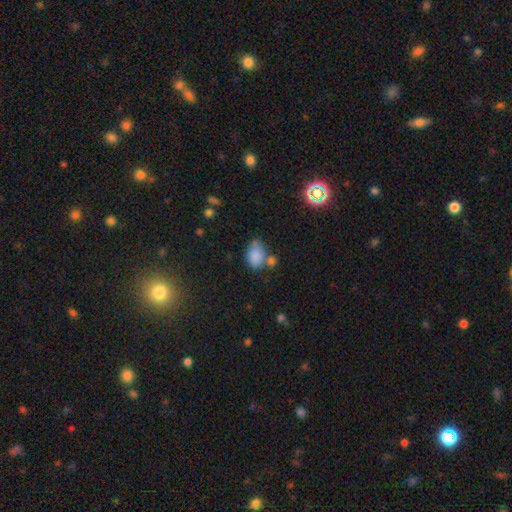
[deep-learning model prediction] This appears to be a smooth galaxy with no disk features (82%) that is in between round and cigar-shaped (83%). Merging: none (45%).